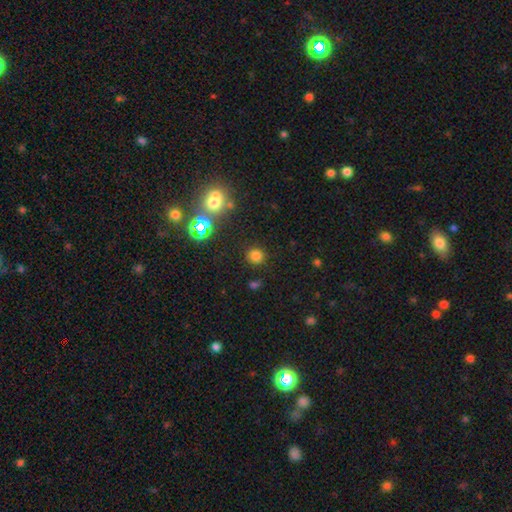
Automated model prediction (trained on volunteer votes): smooth-or-featured: smooth: 74% | star or artifact: 21% | featured or disk: 5%
  how-rounded: round: 89% | in between: 10% | cigar-shaped: 1%
  merging: none: 86% | minor disturbance: 8% | major disturbance: 3% | merger: 3%